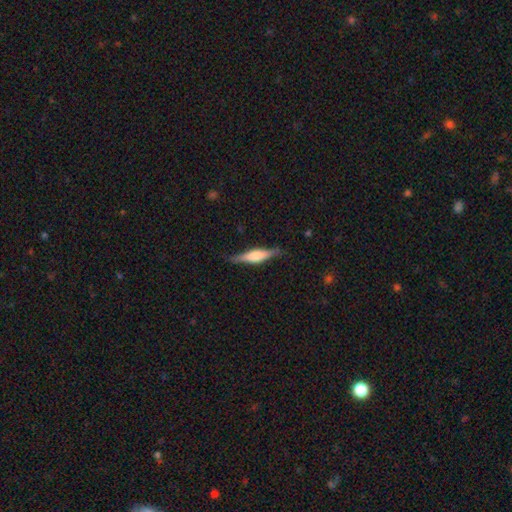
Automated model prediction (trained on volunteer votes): Q: Smooth or featured?
A: featured or disk (59%); runner-up: smooth (35%)
Q: Edge-on disk?
A: yes (96%); runner-up: no (4%)
Q: Edge-on bulge?
A: rounded (65%); runner-up: boxy (29%)
Q: Merging?
A: none (84%); runner-up: minor disturbance (12%)